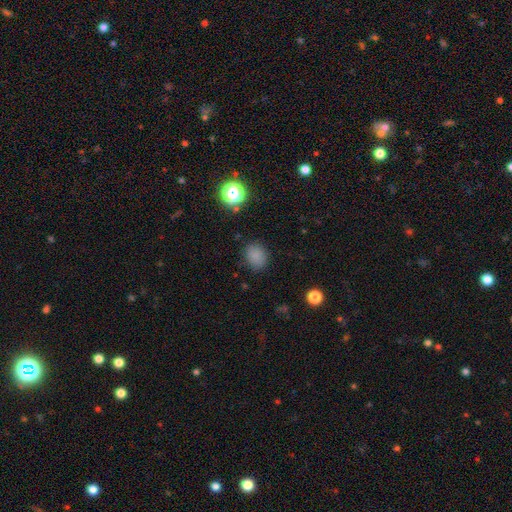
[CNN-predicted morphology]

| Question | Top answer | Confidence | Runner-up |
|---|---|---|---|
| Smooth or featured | smooth | 81% | star or artifact (14%) |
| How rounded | round | 54% | in between (45%) |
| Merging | none | 83% | minor disturbance (12%) |